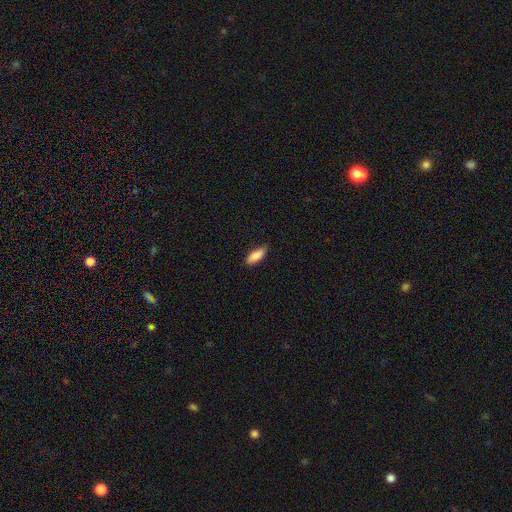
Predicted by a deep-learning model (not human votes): Smooth or featured? Predicted: smooth (p=0.86). How rounded? Predicted: in between (p=0.77). Merging? Predicted: none (p=0.83).